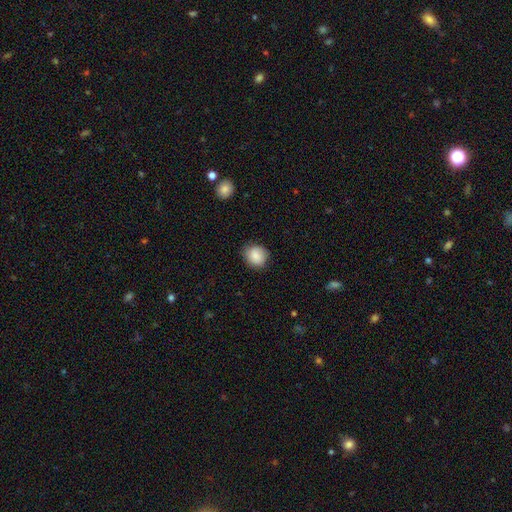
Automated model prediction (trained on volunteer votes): smooth_or_featured: smooth (p=0.87) [alt: star or artifact p=0.08]
how_rounded: round (p=0.76) [alt: in between p=0.23]
merging: none (p=0.81) [alt: minor disturbance p=0.15]